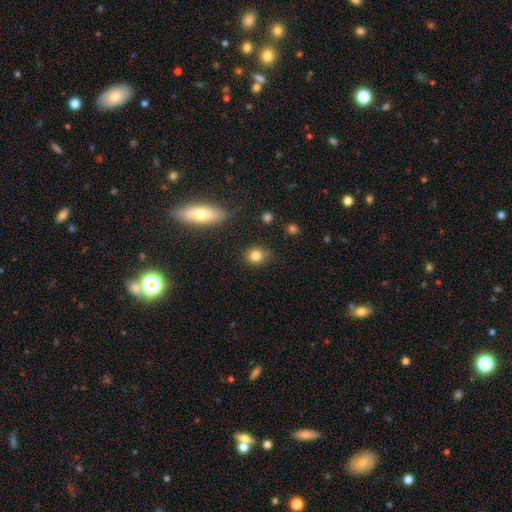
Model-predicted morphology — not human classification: Overall: smooth (83%). How rounded: round (75%). Merging: none (80%).